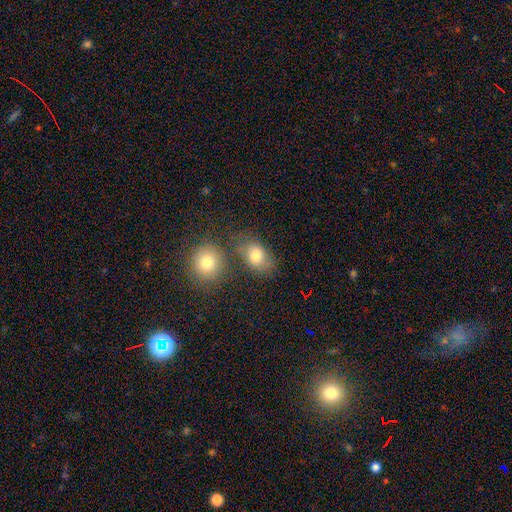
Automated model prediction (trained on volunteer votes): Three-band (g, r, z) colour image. It shows a smooth galaxy with no disk features (76%) that is in between round and cigar-shaped (70%). Merging: none (63%).